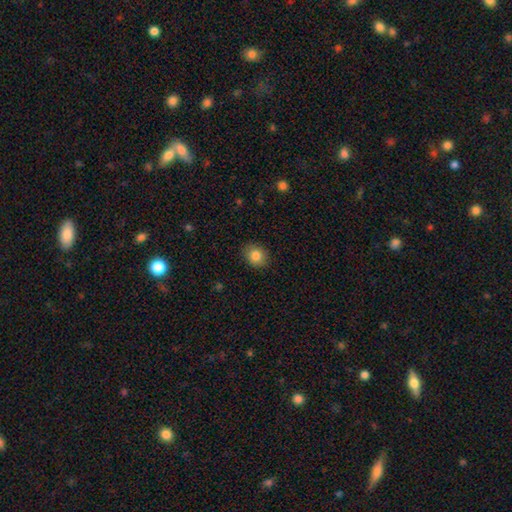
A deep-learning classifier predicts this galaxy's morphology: The model was most divided on "how rounded": round: 58%, in between: 41%, cigar-shaped: 1%. More confident: merging — none (88%); smooth or featured — smooth (84%).